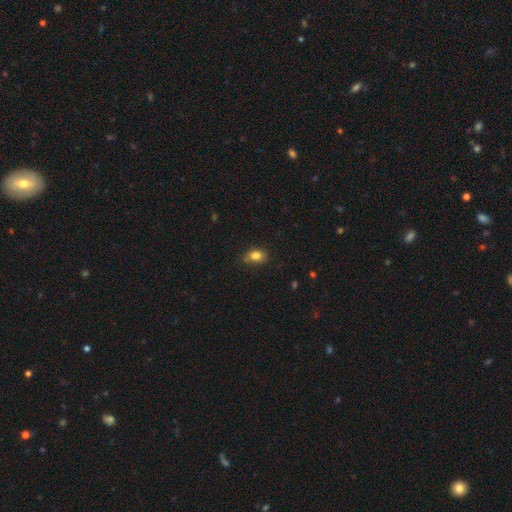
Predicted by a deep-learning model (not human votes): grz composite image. It shows a smooth galaxy with no disk features (82%) that is in between round and cigar-shaped (73%). Merging: none (70%).